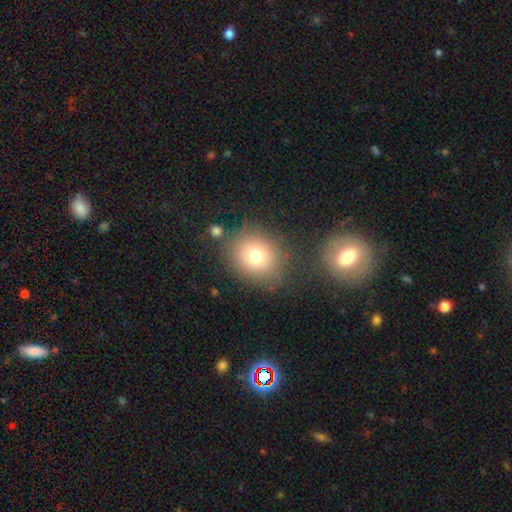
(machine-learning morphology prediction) Q: Smooth or featured?
A: smooth (74%); runner-up: star or artifact (13%)
Q: How rounded?
A: round (80%); runner-up: in between (19%)
Q: Merging?
A: none (77%); runner-up: minor disturbance (12%)